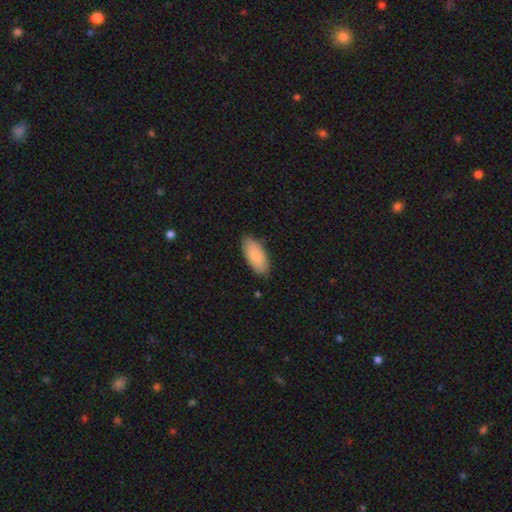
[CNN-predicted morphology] Smooth or featured? smooth (80%)
How rounded? in between (90%)
Merging? none (84%)